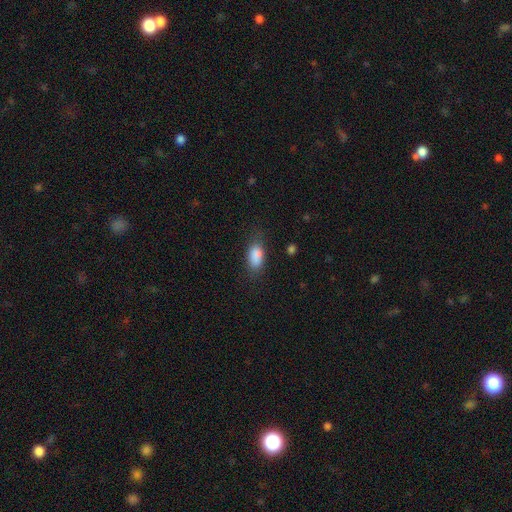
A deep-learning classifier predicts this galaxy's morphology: This is clearly a smooth galaxy (85%). How rounded: clearly in between (88%). Merging: likely none (67%).